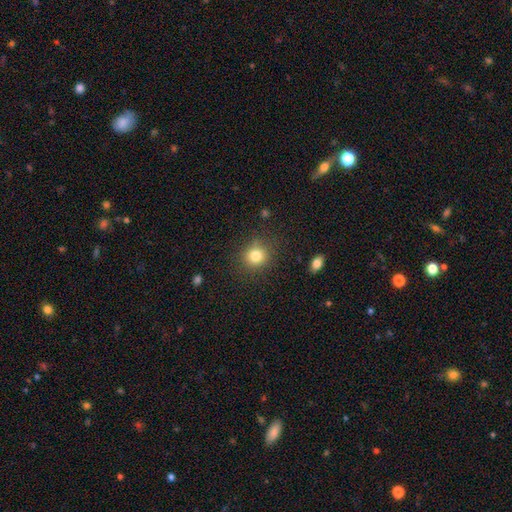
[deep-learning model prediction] smooth_or_featured: smooth (p=0.82) [alt: star or artifact p=0.12]
how_rounded: round (p=0.86) [alt: in between p=0.13]
merging: none (p=0.84) [alt: minor disturbance p=0.10]